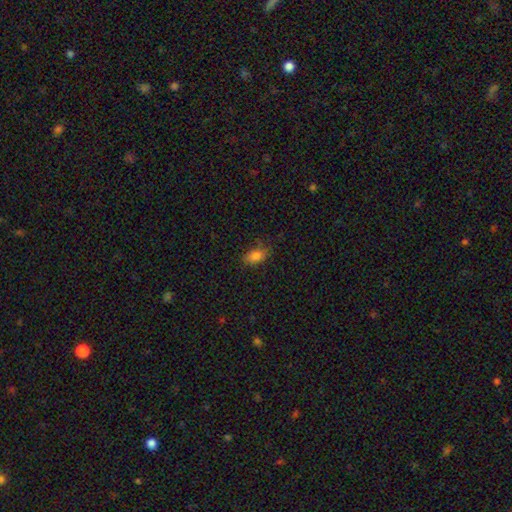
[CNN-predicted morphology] Smooth or featured: smooth — 82% (star or artifact — 11%)
How rounded: in between — 89% (round — 7%)
Merging: none — 70% (minor disturbance — 22%)